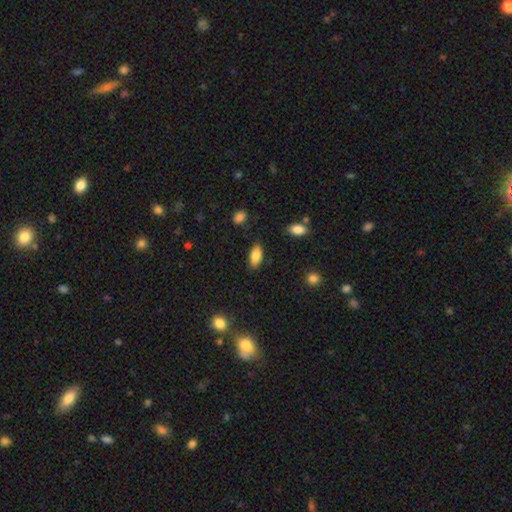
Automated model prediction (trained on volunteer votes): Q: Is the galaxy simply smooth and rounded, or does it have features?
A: smooth — 85%.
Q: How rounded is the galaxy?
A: in between — 88%.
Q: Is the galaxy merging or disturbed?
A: none — 84%.